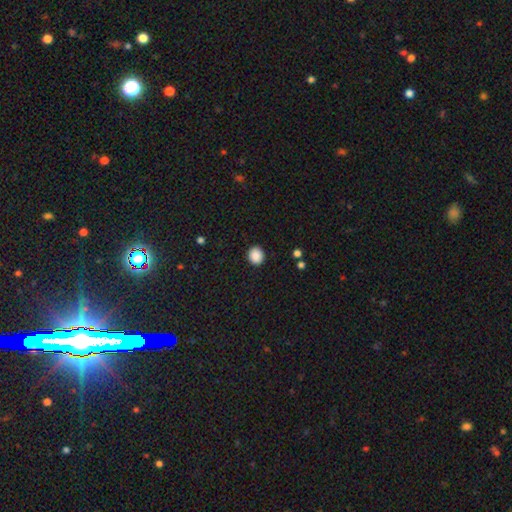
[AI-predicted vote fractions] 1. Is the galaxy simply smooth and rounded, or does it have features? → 89% smooth, 9% star or artifact, 3% featured or disk.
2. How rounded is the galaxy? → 75% round, 25% in between, 1% cigar-shaped.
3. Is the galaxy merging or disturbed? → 91% none, 6% minor disturbance, 2% major disturbance, 1% merger.